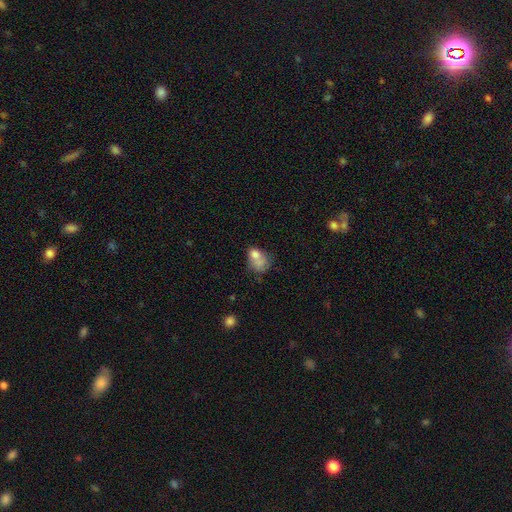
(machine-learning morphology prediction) Smooth or featured? smooth (69%)
How rounded? in between (60%)
Merging? merger (38%)